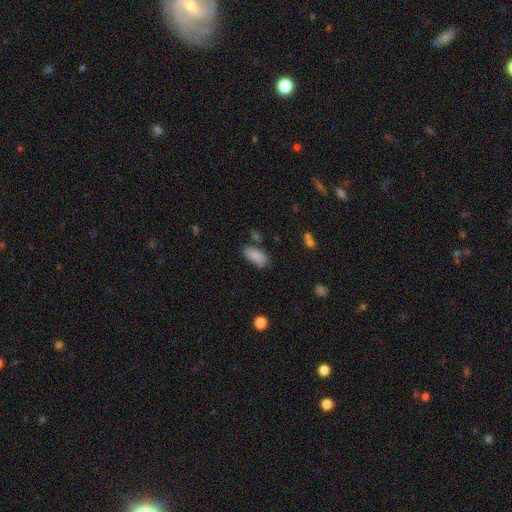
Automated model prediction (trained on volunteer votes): The model was most divided on "merging": none: 64%, minor disturbance: 23%, merger: 7%, major disturbance: 6%. More confident: how rounded — in between (87%); smooth or featured — smooth (85%).